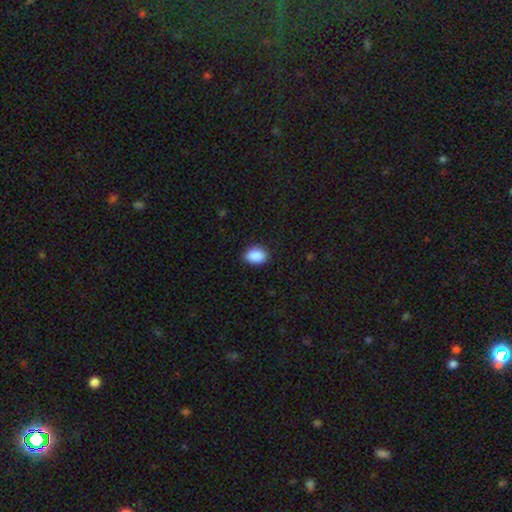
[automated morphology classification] Smooth or featured?
  - smooth: 90% *
  - star or artifact: 7%
  - featured or disk: 3%
How rounded?
  - in between: 86% *
  - round: 13%
  - cigar-shaped: 1%
Merging?
  - none: 86% *
  - minor disturbance: 11%
  - major disturbance: 2%
  - merger: 1%